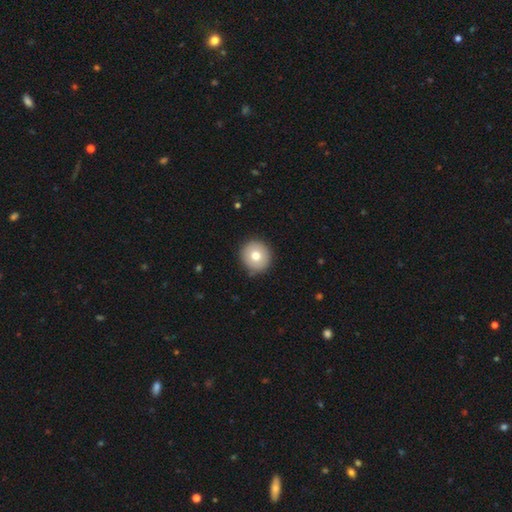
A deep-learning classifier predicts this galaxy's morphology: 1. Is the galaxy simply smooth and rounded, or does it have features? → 75% smooth, 16% featured or disk, 9% star or artifact.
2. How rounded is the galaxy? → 93% round, 6% in between, 1% cigar-shaped.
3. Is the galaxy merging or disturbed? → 91% none, 6% minor disturbance, 2% major disturbance, 1% merger.